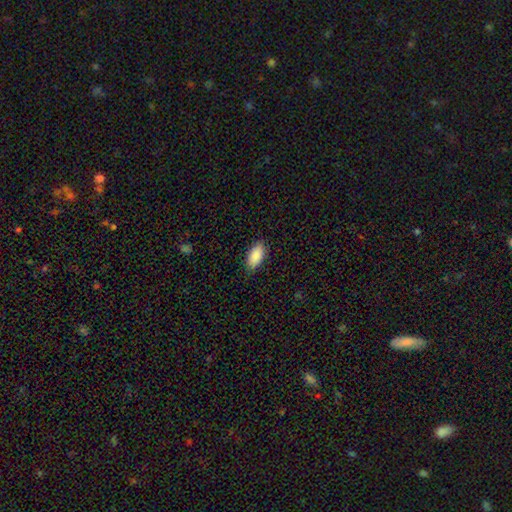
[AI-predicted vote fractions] Morphology: type=smooth (88%); roundness=in between (93%); merging=none (85%).